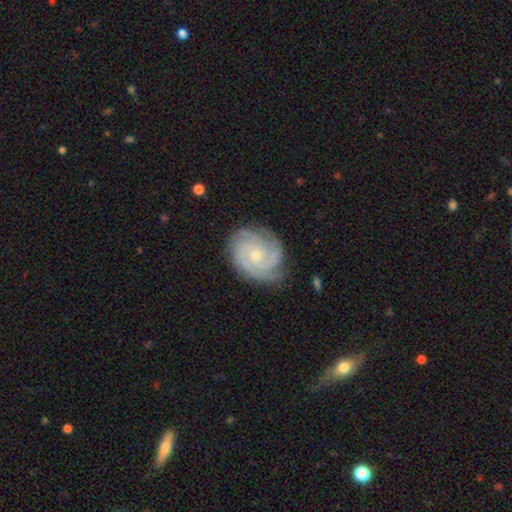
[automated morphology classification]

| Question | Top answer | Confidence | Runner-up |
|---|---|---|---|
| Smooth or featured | featured or disk | 89% | smooth (6%) |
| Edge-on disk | no | 98% | yes (2%) |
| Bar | no | 76% | weak (20%) |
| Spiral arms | yes | 98% | no (2%) |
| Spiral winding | tight | 74% | medium (23%) |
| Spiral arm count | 3 | 45% | 4 (22%) |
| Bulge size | small | 65% | moderate (32%) |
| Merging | none | 80% | minor disturbance (15%) |